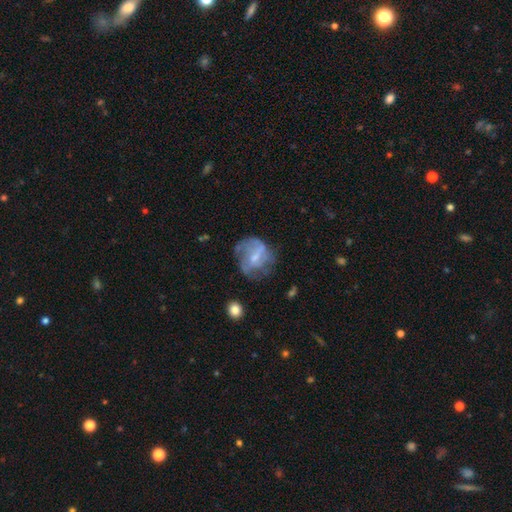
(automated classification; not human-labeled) A featured or disk galaxy (55%) with a weak bar (44%), no spiral arms (53%) and a small central bulge (46%). Merging: none (45%).